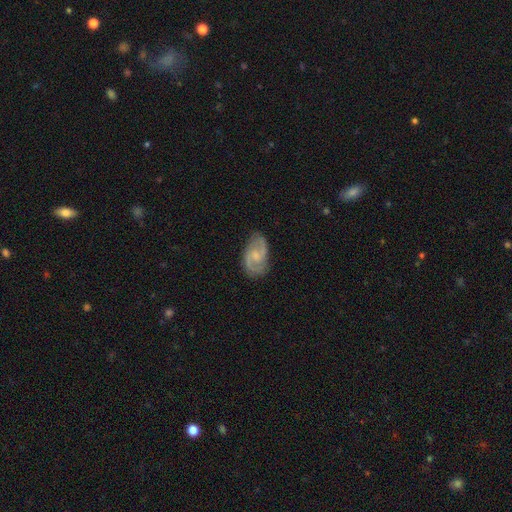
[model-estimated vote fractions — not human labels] Smooth or featured: featured or disk — 81% (smooth — 14%)
Edge-on disk: no — 97% (yes — 3%)
Bar: weak — 47% (tied with no — 47%)
Spiral arms: yes — 96% (no — 4%)
Spiral winding: medium — 55% (tight — 26%)
Spiral arm count: 2 — 89% (can't tell — 5%)
Bulge size: small — 51% (moderate — 28%)
Merging: none — 78% (minor disturbance — 16%)